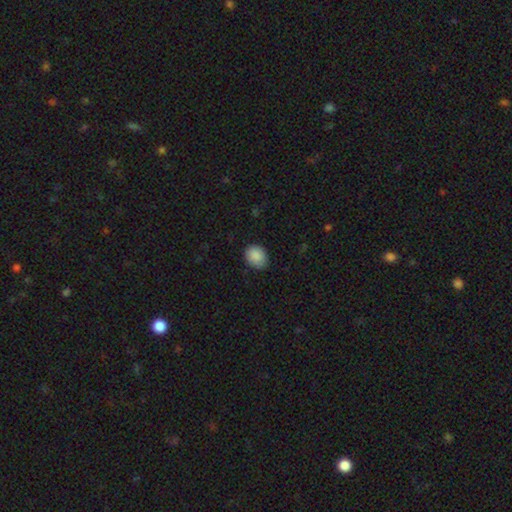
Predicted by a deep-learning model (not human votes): smooth-or-featured: smooth: 88% | star or artifact: 8% | featured or disk: 4%
  how-rounded: round: 50% | in between: 49% | cigar-shaped: 1%
  merging: none: 78% | minor disturbance: 18% | major disturbance: 3% | merger: 1%